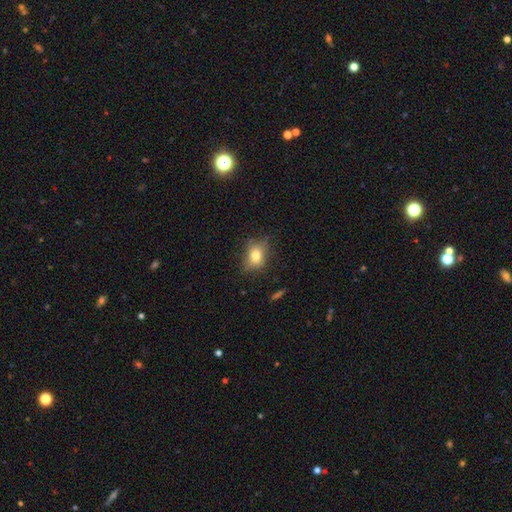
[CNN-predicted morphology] Smooth or featured? smooth (76%)
How rounded? in between (61%)
Merging? none (71%)